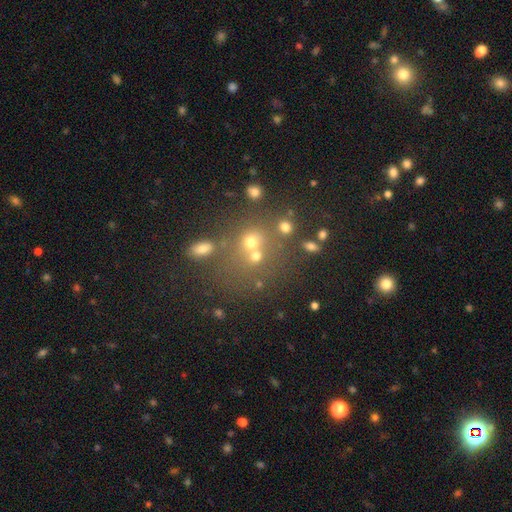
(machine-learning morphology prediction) Smooth or featured?
  - smooth: 64% *
  - star or artifact: 21%
  - featured or disk: 15%
How rounded?
  - round: 73% *
  - in between: 26%
  - cigar-shaped: 1%
Merging?
  - none: 48% *
  - merger: 36%
  - minor disturbance: 10%
  - major disturbance: 6%